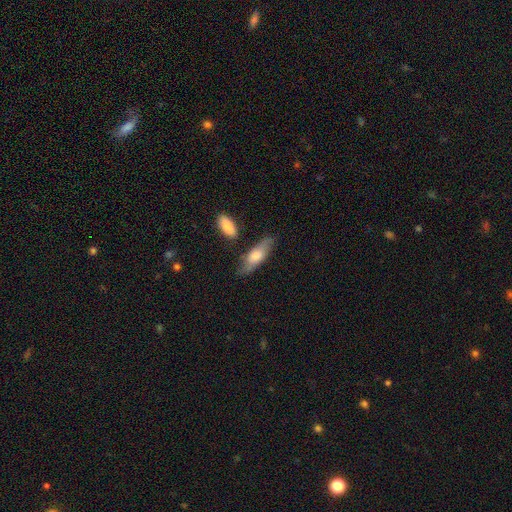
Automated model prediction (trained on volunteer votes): Smooth or featured: smooth — 61% (featured or disk — 33%)
How rounded: in between — 61% (cigar-shaped — 36%)
Merging: none — 70% (minor disturbance — 19%)